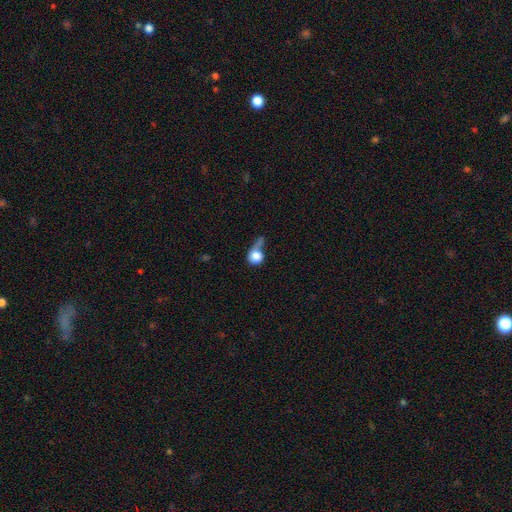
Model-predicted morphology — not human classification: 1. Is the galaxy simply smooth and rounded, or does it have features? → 77% smooth, 14% featured or disk, 9% star or artifact.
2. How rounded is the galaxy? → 78% round, 20% in between, 2% cigar-shaped.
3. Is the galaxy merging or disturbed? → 36% major disturbance, 23% none, 22% merger, 19% minor disturbance.